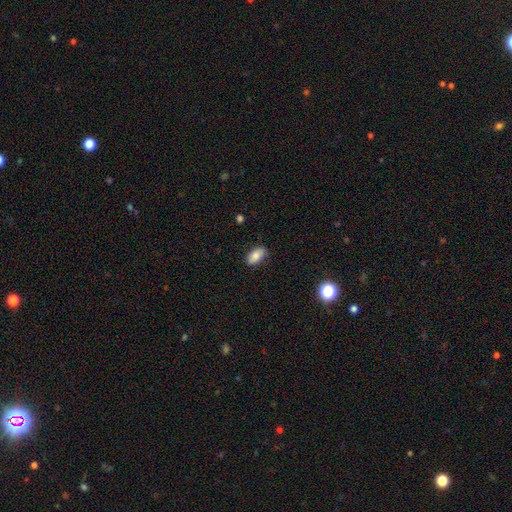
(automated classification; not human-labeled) Smooth or featured? smooth (80%)
How rounded? in between (92%)
Merging? none (84%)